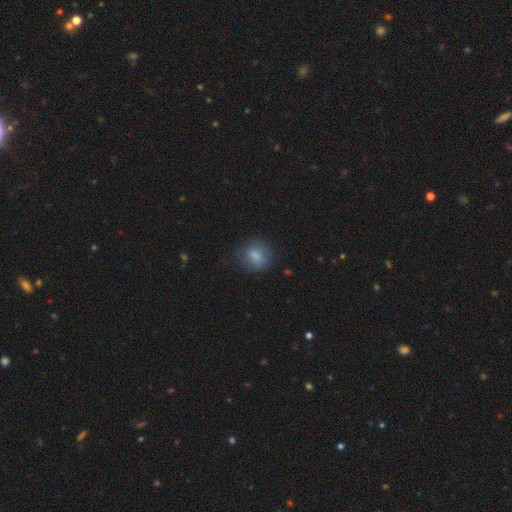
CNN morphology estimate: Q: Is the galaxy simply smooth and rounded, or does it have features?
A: smooth — 80%.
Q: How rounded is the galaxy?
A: round — 63%.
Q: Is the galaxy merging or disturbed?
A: none — 71%.